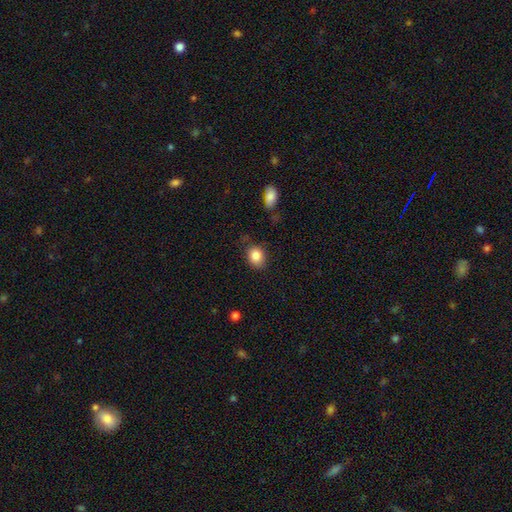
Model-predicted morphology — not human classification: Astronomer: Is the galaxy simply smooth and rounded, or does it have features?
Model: smooth — 85%.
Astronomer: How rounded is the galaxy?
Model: round — 51% (runner-up: in between, 48%).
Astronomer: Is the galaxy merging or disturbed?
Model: none — 77%.